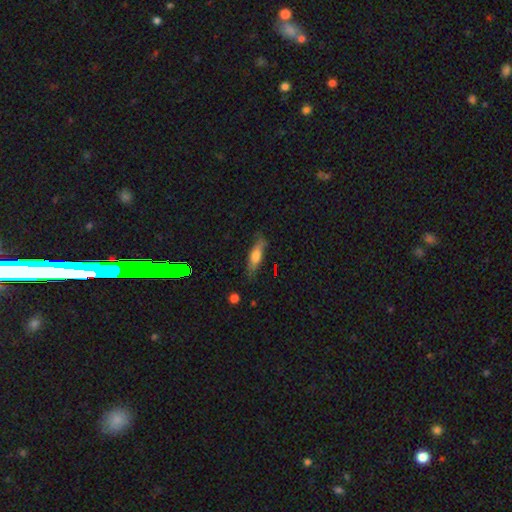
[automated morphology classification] A smooth galaxy with no disk features (59%) that is cigar-shaped (52%). Merging: none (75%).